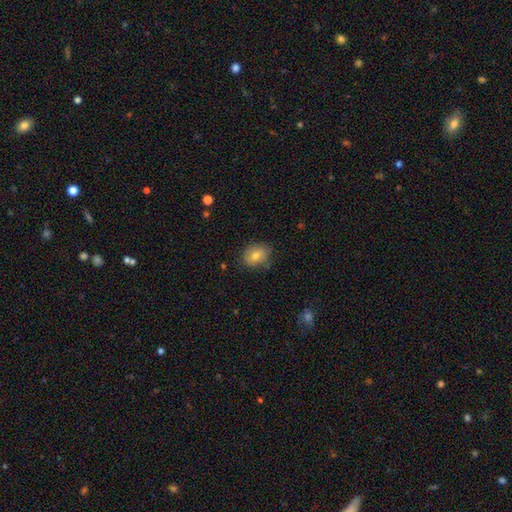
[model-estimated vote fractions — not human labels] smooth-or-featured: smooth: 72% | featured or disk: 18% | star or artifact: 10%
  how-rounded: in between: 52% | round: 47% | cigar-shaped: 1%
  merging: none: 76% | minor disturbance: 18% | major disturbance: 4% | merger: 2%